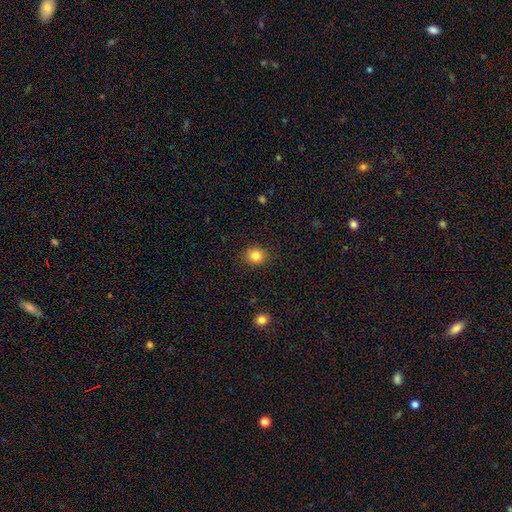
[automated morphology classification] type=smooth (84%); roundness=round (75%); merging=none (88%).